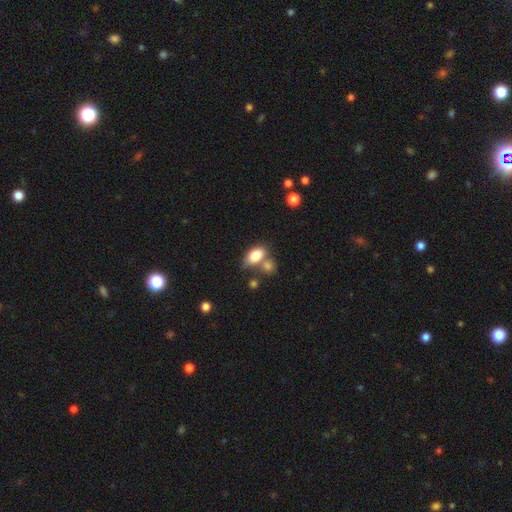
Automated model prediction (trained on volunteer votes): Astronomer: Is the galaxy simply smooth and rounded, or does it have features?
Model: smooth — 81%.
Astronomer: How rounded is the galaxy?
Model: in between — 86%.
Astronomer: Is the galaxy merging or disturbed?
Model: none — 46% (runner-up: merger, 33%).